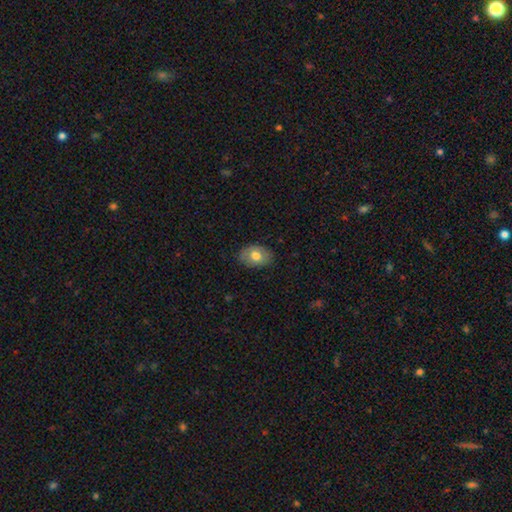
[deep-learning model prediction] This appears to be a smooth galaxy with no disk features (73%) that is in between round and cigar-shaped (80%). Merging: none (83%).